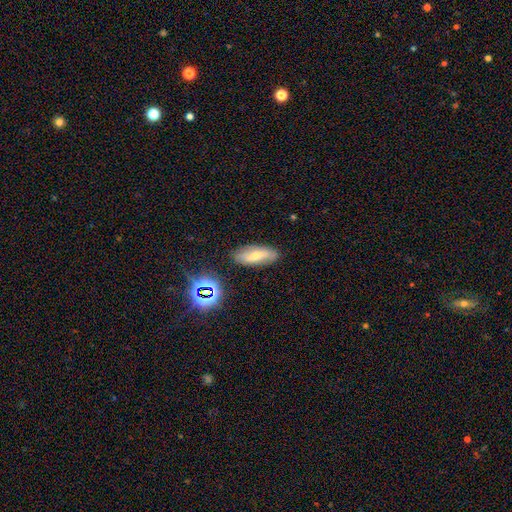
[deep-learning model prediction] A smooth galaxy with no disk features (45%).

Vote fractions:
- Smooth or featured? smooth: 45% / featured or disk: 37% / star or artifact: 18%
- Merging? none: 85% / minor disturbance: 11% / major disturbance: 3% / merger: 2%